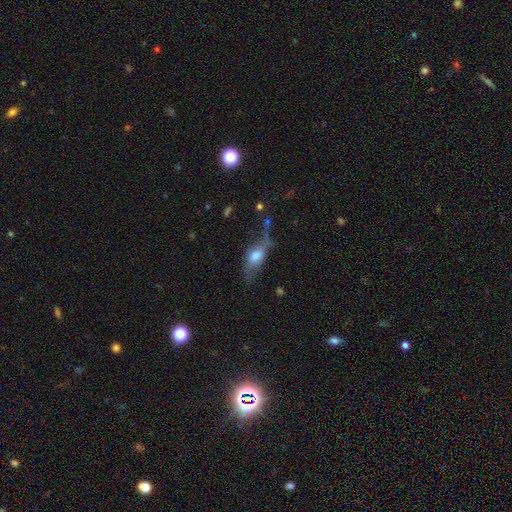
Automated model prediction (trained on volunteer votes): Smooth or featured?
  - smooth: 52% *
  - featured or disk: 38%
  - star or artifact: 10%
How rounded?
  - in between: 78% *
  - cigar-shaped: 14%
  - round: 8%
Merging?
  - none: 36% *
  - major disturbance: 30%
  - minor disturbance: 25%
  - merger: 9%